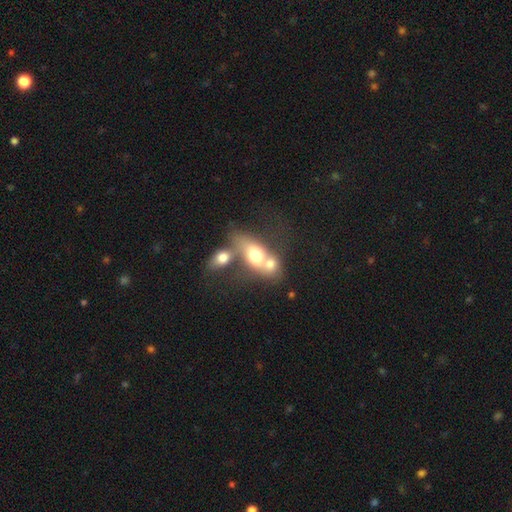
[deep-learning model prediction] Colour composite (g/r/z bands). It shows a smooth galaxy with no disk features (61%) that is in between round and cigar-shaped (70%). Merging: merger (71%).